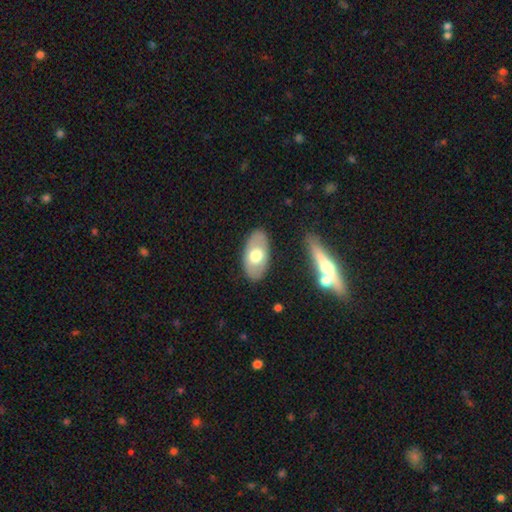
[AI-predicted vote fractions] The model was most divided on "smooth or featured": smooth: 54%, featured or disk: 41%, star or artifact: 5%. More confident: how rounded — in between (93%); merging — none (84%).